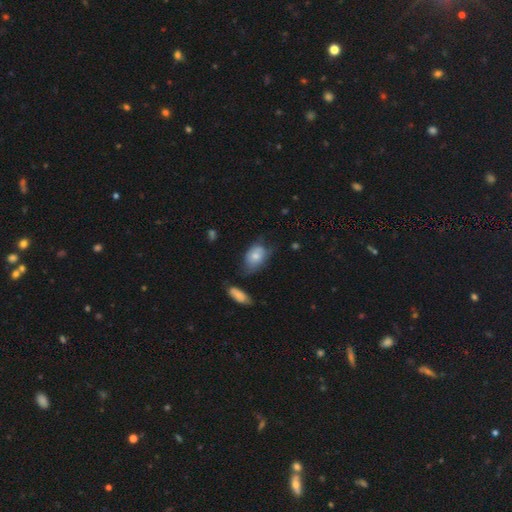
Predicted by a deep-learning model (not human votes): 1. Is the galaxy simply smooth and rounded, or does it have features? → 64% smooth, 29% featured or disk, 7% star or artifact.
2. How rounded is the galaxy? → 84% in between, 14% round, 2% cigar-shaped.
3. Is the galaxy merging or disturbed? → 41% none, 36% minor disturbance, 17% major disturbance, 6% merger.